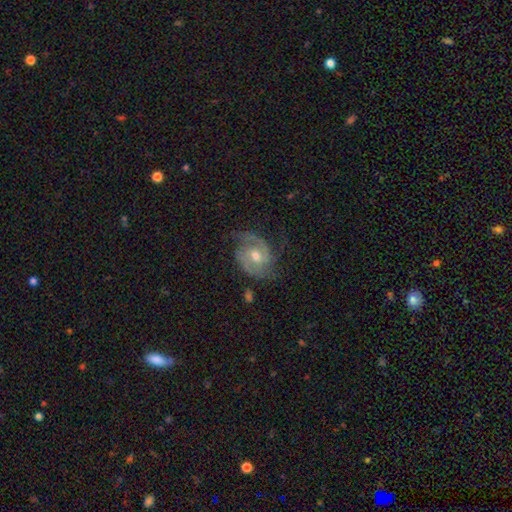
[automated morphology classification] smooth_or_featured: featured or disk (p=0.86) [alt: smooth p=0.09]
disk_edge_on: no (p=0.97) [alt: yes p=0.03]
bar: weak (p=0.46) [alt: no p=0.43]
has_spiral_arms: yes (p=0.96) [alt: no p=0.04]
spiral_winding: medium (p=0.49) [alt: tight p=0.37]
spiral_arm_count: 2 (p=0.77) [alt: 3 p=0.08]
bulge_size: moderate (p=0.66) [alt: small p=0.29]
merging: none (p=0.68) [alt: minor disturbance p=0.21]